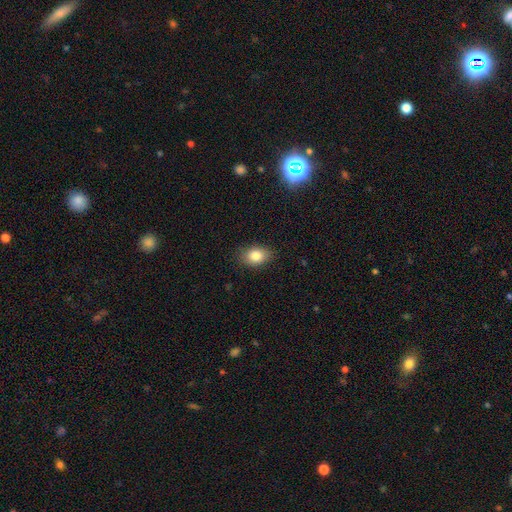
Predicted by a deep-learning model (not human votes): Morphology: type=smooth (84%); roundness=in between (77%); merging=none (85%).